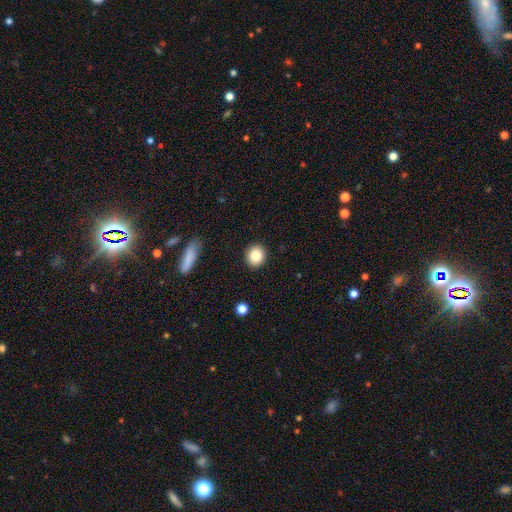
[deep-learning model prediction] This is clearly a smooth galaxy (83%). How rounded: clearly round (81%). Merging: clearly none (91%).